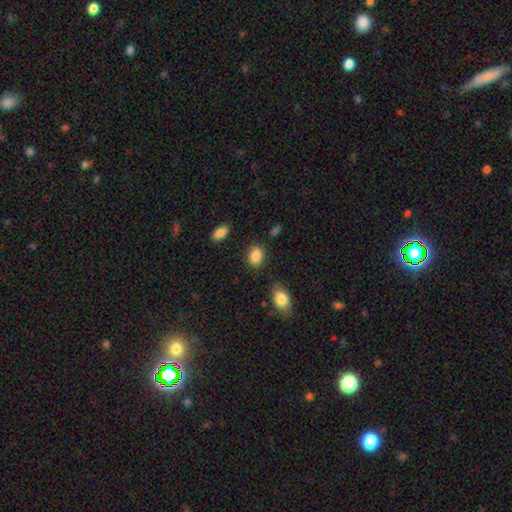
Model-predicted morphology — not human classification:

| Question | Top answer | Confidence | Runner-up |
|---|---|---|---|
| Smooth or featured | smooth | 88% | star or artifact (8%) |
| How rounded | in between | 70% | round (28%) |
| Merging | none | 83% | minor disturbance (11%) |